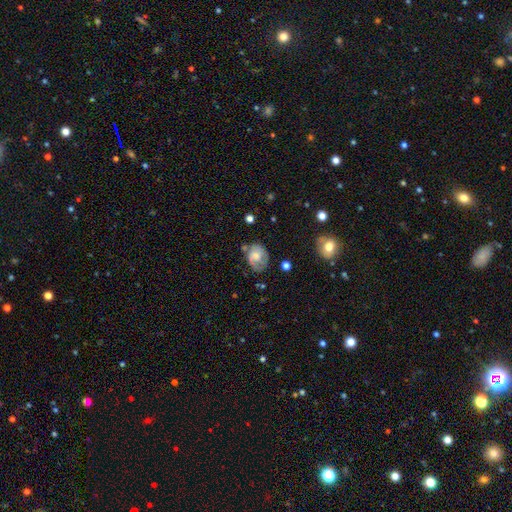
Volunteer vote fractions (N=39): A smooth galaxy with no disk features (62%) that is in between round and cigar-shaped (71%).

Vote fractions:
- Smooth or featured? smooth: 62% / featured or disk: 33% / star or artifact: 5%
- How rounded? in between: 71% / round: 29% / cigar-shaped: 0%
- Merging? minor disturbance: 38% / none: 30% / major disturbance: 16% / merger: 16%